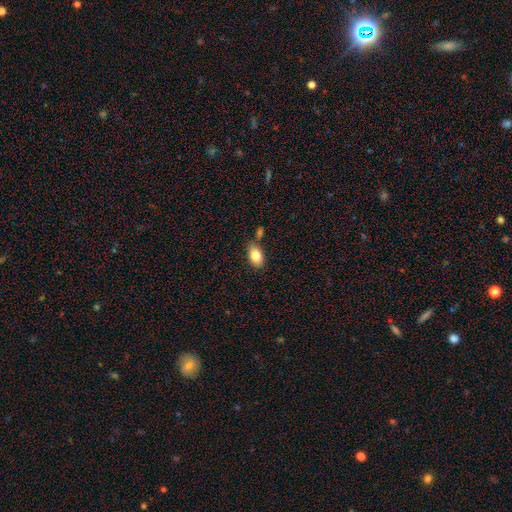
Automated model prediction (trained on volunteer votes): Smooth or featured? smooth (83%)
How rounded? in between (90%)
Merging? none (70%)